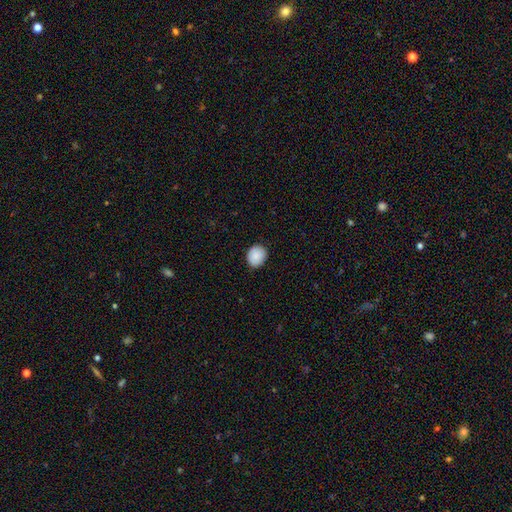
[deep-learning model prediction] Smooth or featured? smooth (89%)
How rounded? round (71%)
Merging? none (87%)